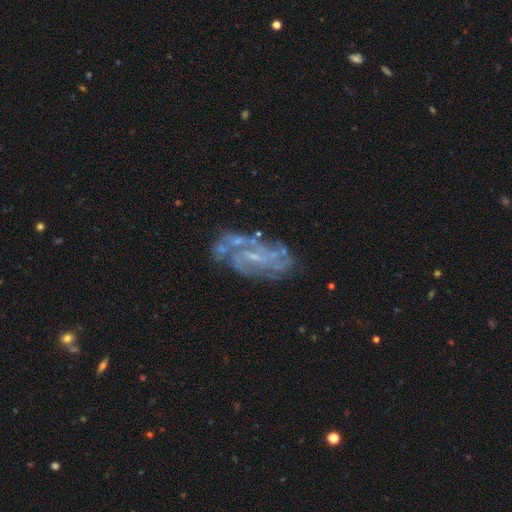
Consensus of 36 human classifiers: Morphology: type=featured or disk (92%); edge-on=no (97%); bar=weak (59%); spiral arms=yes (94%); winding=tight (53%); arm count=3 (40%); bulge=small (75%); merging=none (79%).